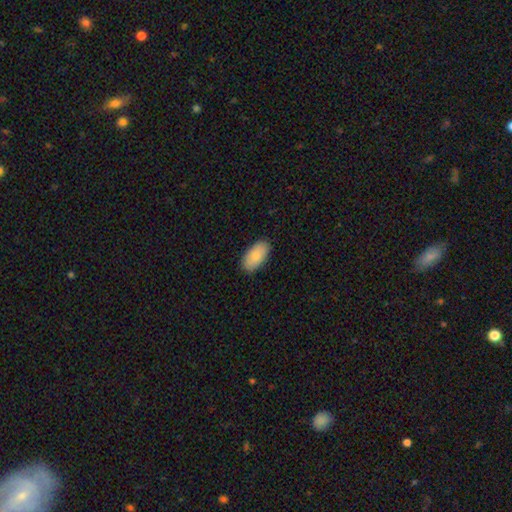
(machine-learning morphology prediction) This appears to be a smooth galaxy with no disk features (83%) that is in between round and cigar-shaped (95%). Merging: none (88%).